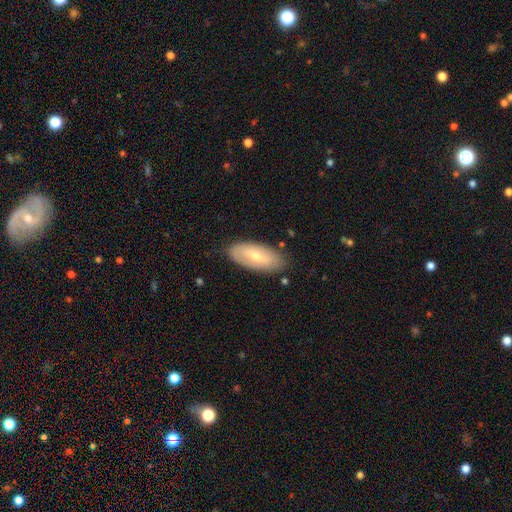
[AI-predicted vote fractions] This is possibly a smooth galaxy (52%). How rounded: clearly in between (85%). Merging: clearly none (83%).